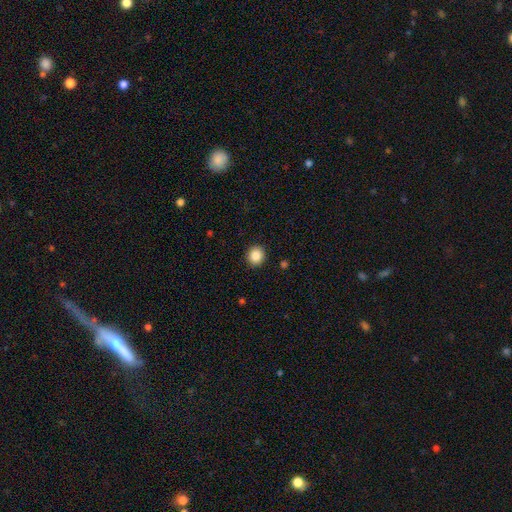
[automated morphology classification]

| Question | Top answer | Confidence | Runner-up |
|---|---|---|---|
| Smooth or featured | smooth | 87% | star or artifact (9%) |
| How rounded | round | 87% | in between (12%) |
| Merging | none | 92% | minor disturbance (5%) |